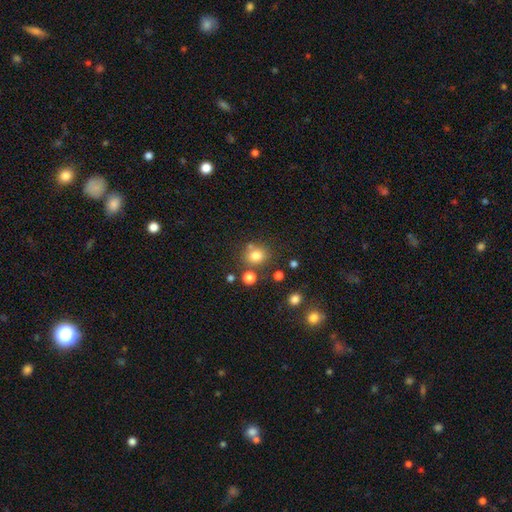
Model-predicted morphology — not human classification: Smooth or featured? smooth (78%)
How rounded? round (77%)
Merging? none (71%)